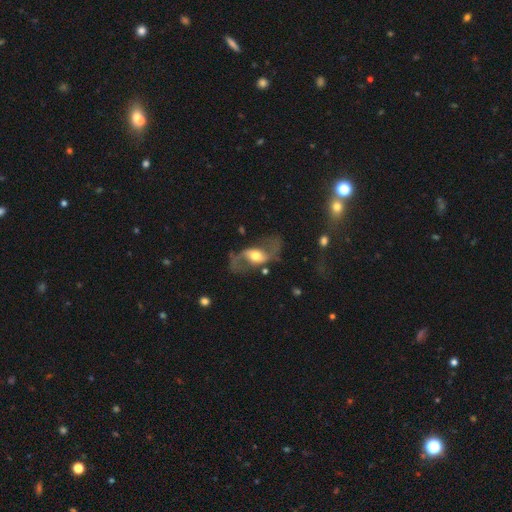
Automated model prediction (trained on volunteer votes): This appears to be a featured or disk galaxy (77%) with no bar (41%), 2 (91%) loose (75%) spiral arms (84%) and a moderate central bulge (64%). Merging: none (59%).